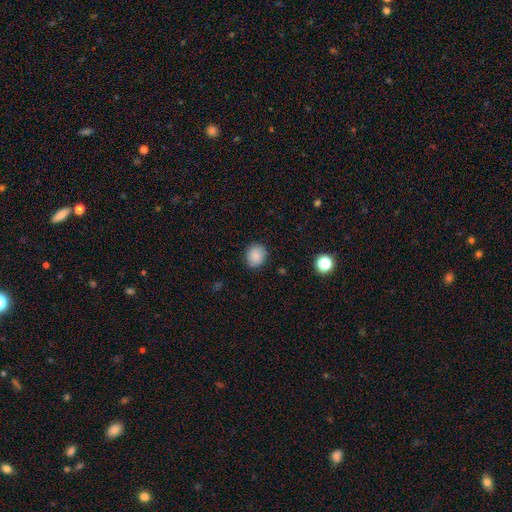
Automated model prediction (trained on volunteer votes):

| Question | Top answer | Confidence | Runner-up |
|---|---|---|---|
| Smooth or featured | smooth | 86% | star or artifact (9%) |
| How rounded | round | 73% | in between (26%) |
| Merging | none | 87% | minor disturbance (9%) |